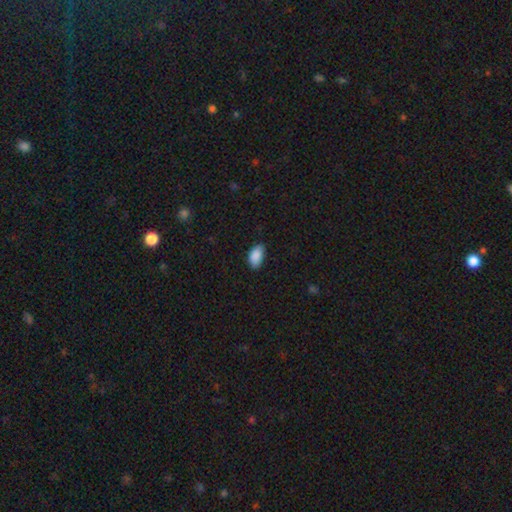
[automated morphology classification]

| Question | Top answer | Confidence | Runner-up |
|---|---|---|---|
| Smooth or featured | smooth | 89% | star or artifact (7%) |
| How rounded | in between | 94% | round (4%) |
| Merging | none | 74% | minor disturbance (22%) |